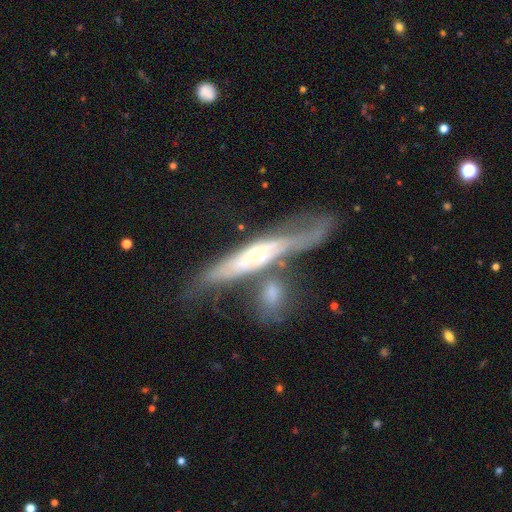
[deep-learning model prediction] Q: Smooth or featured?
A: featured or disk (70%); runner-up: smooth (23%)
Q: Edge-on disk?
A: yes (61%); runner-up: no (39%)
Q: Merging?
A: none (34%); runner-up: merger (29%)